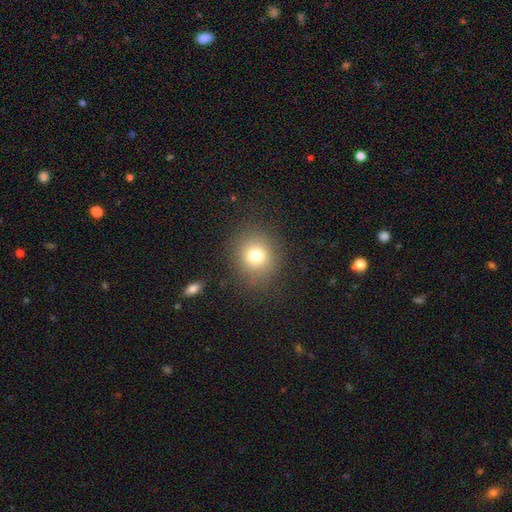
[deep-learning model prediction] smooth 76%, star or artifact 14%, featured or disk 10%. Down the decision tree: how rounded — round (84%); merging — none (85%).